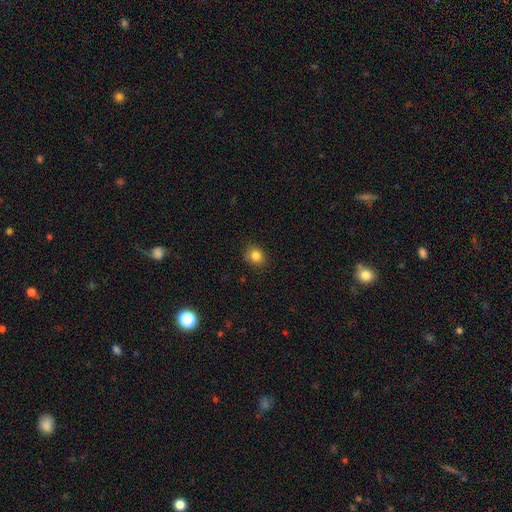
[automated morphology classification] Q: Smooth or featured?
A: smooth (83%); runner-up: star or artifact (11%)
Q: How rounded?
A: round (69%); runner-up: in between (30%)
Q: Merging?
A: none (84%); runner-up: minor disturbance (12%)